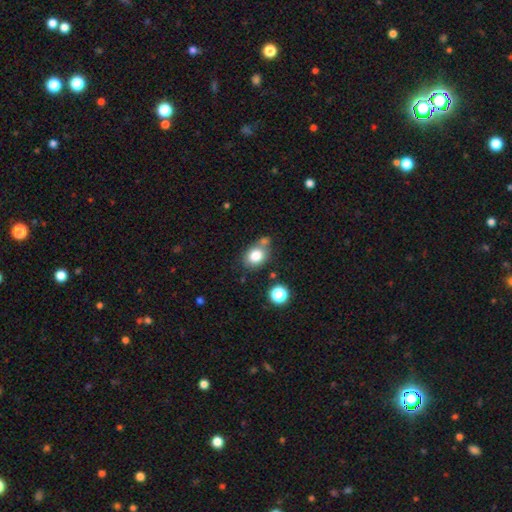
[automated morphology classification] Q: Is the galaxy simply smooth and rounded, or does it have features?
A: smooth — 80%.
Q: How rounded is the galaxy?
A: in between — 54%.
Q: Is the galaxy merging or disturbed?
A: none — 60%.